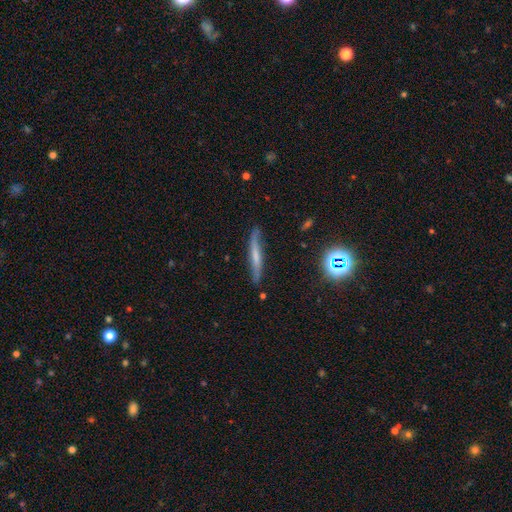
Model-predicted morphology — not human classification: type=featured or disk (46%); merging=none (77%).